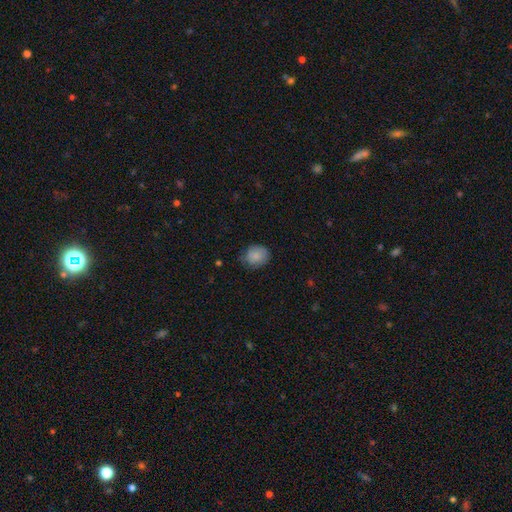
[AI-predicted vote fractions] Morphology: type=smooth (82%); roundness=round (63%); merging=none (67%).